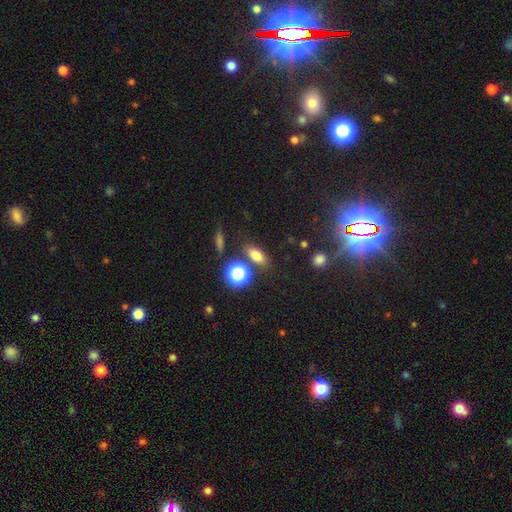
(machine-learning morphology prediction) This appears to be a smooth galaxy with no disk features (73%) that is in between round and cigar-shaped (71%). Merging: none (78%).